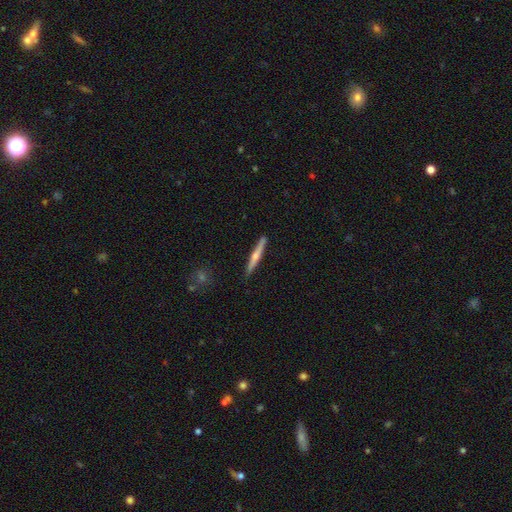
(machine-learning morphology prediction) The model was most divided on "smooth or featured": featured or disk: 52%, smooth: 43%, star or artifact: 5%. More confident: edge-on disk — yes (97%); merging — none (88%); edge-on bulge — rounded (72%).